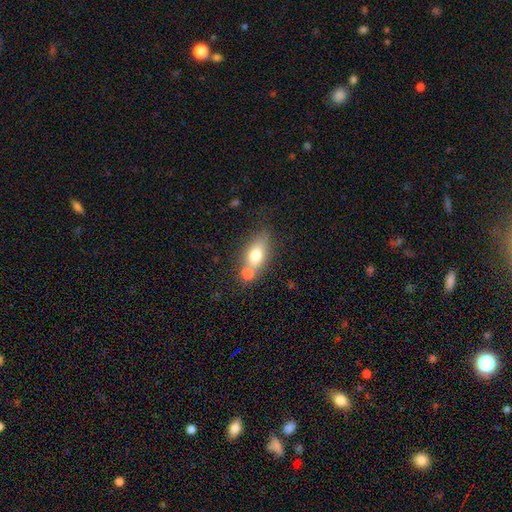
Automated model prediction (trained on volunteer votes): Q: Smooth or featured?
A: smooth (71%); runner-up: featured or disk (20%)
Q: How rounded?
A: in between (74%); runner-up: round (14%)
Q: Merging?
A: merger (44%); runner-up: none (40%)